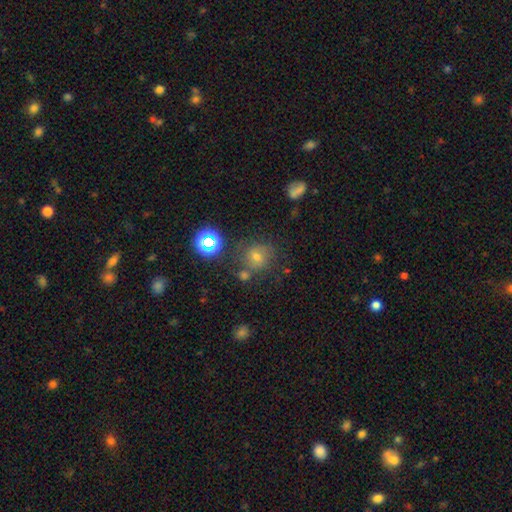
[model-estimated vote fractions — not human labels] A smooth galaxy with no disk features (49%). Merging: none (70%).